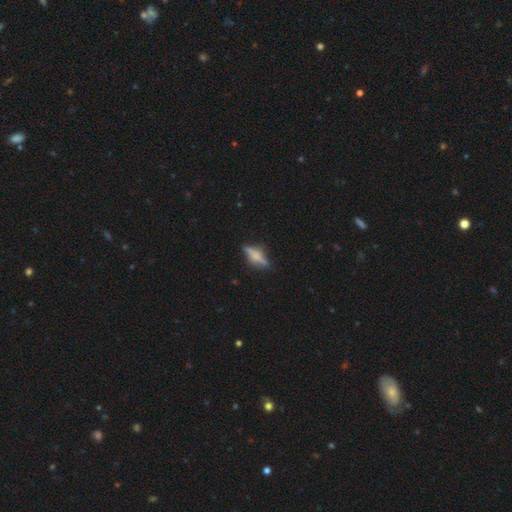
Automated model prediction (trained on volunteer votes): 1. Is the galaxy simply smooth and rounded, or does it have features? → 49% featured or disk, 42% smooth, 8% star or artifact.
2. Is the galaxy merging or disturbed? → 79% none, 15% minor disturbance, 4% major disturbance, 2% merger.